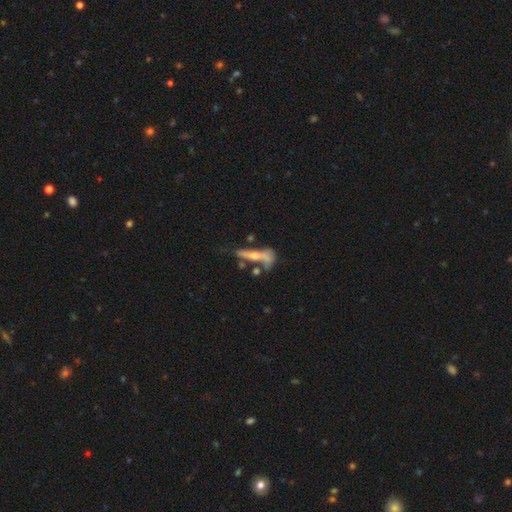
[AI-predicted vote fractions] The model was most divided on "smooth or featured": featured or disk: 46%, smooth: 45%, star or artifact: 9%. Remaining: merging — none (35%).